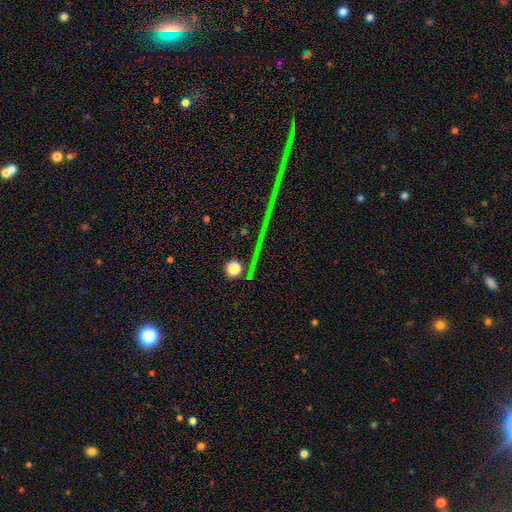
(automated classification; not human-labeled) Smooth or featured? Predicted: star or artifact (p=0.72).